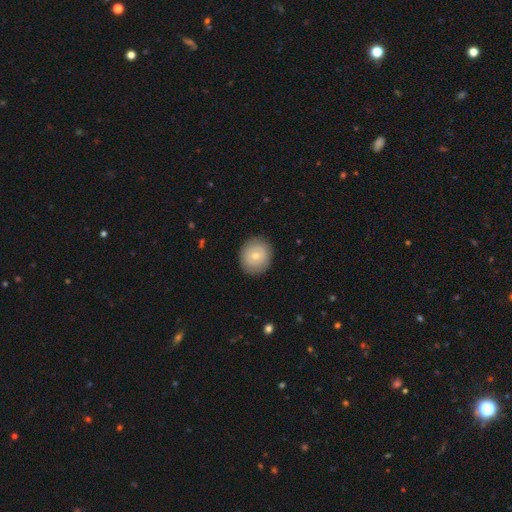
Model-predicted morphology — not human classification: type=smooth (61%); roundness=round (83%); merging=none (87%).